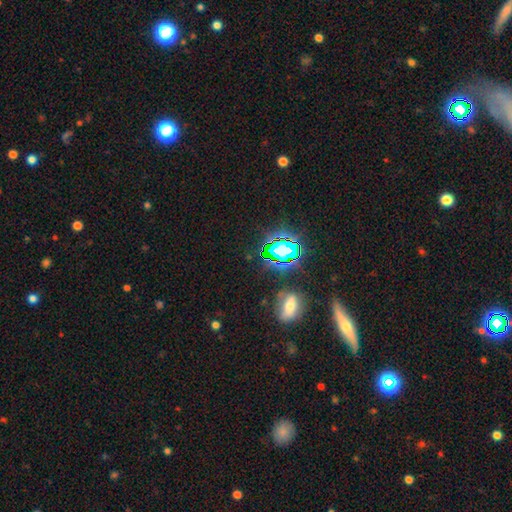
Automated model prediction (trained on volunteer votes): smooth-or-featured: star or artifact: 69% | smooth: 18% | featured or disk: 13%